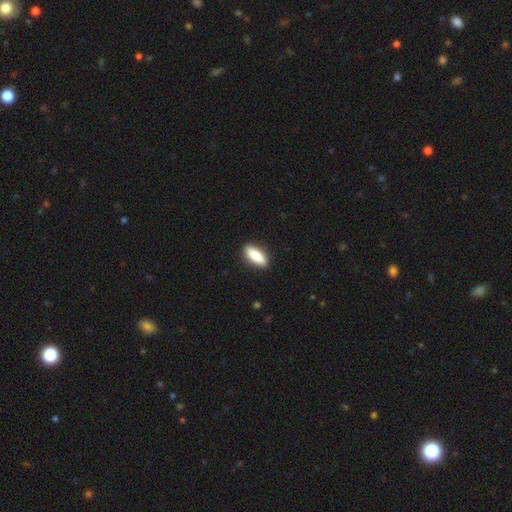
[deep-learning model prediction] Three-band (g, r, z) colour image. It shows a smooth galaxy with no disk features (84%) that is in between round and cigar-shaped (62%). Merging: none (89%).